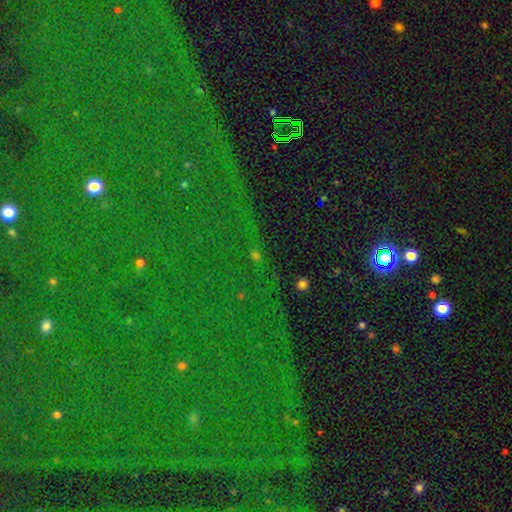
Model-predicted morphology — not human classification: Smooth or featured?
  - star or artifact: 67% *
  - smooth: 22%
  - featured or disk: 11%